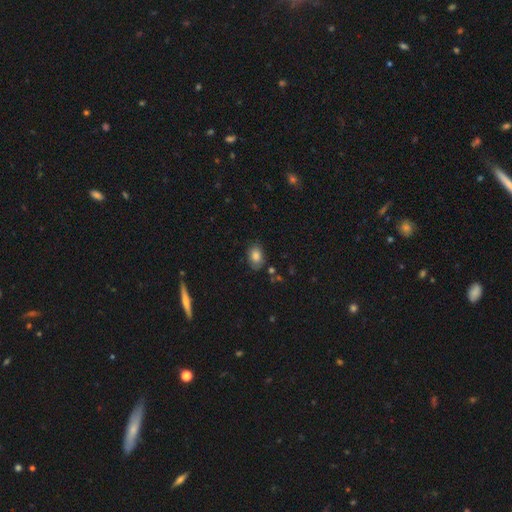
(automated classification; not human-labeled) Smooth or featured: smooth — 82% (featured or disk — 9%)
How rounded: in between — 79% (round — 20%)
Merging: none — 74% (minor disturbance — 19%)